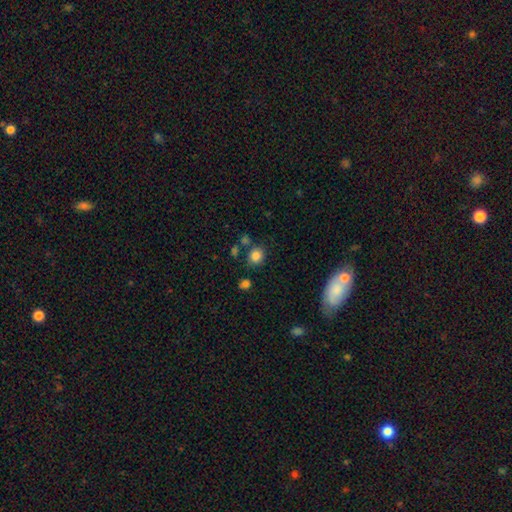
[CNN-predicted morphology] type=smooth (83%); roundness=round (72%); merging=none (76%).